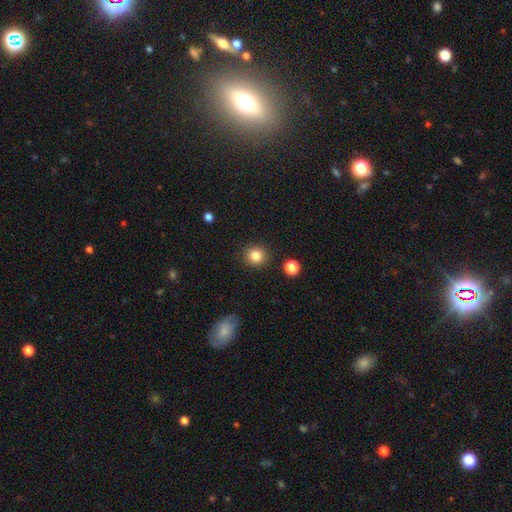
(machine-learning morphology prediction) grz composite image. It shows a smooth galaxy with no disk features (84%) that is round (90%). Merging: none (90%).